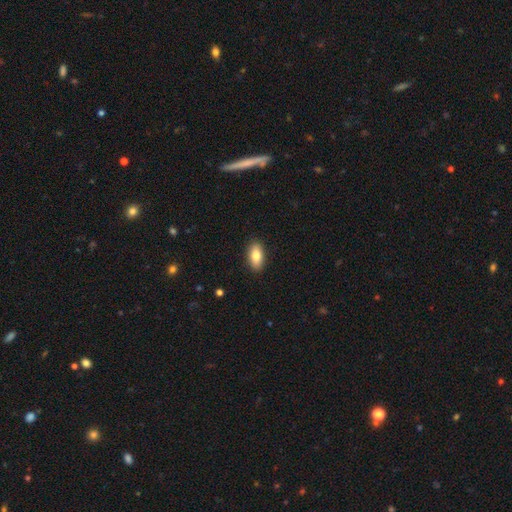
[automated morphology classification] smooth_or_featured: smooth (p=0.81) [alt: featured or disk p=0.12]
how_rounded: in between (p=0.89) [alt: cigar-shaped p=0.07]
merging: none (p=0.90) [alt: minor disturbance p=0.08]